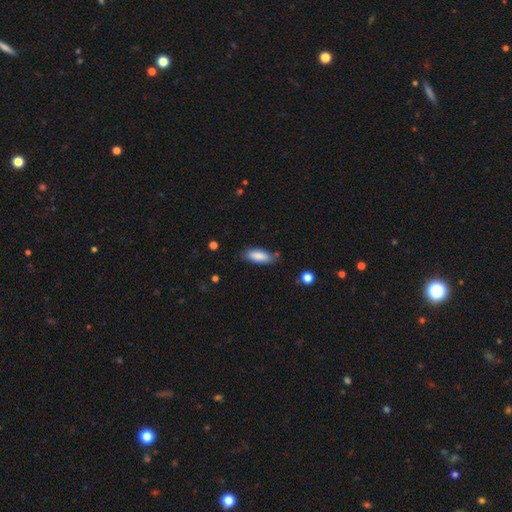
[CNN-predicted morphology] The model was most divided on "how rounded": in between: 76%, cigar-shaped: 22%, round: 2%. More confident: smooth or featured — smooth (85%); merging — none (77%).